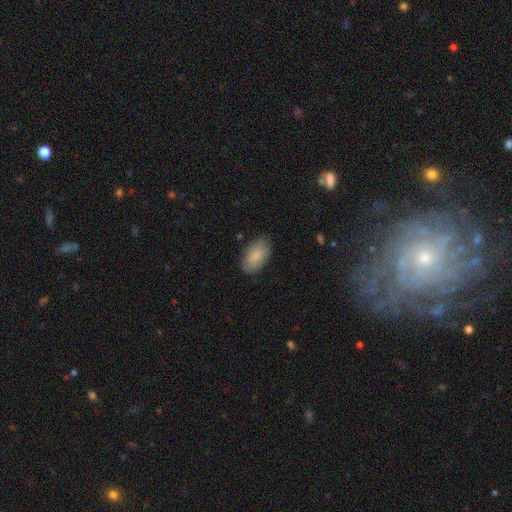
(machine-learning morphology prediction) Smooth or featured? Predicted: smooth (p=0.86). How rounded? Predicted: in between (p=0.95). Merging? Predicted: none (p=0.84).